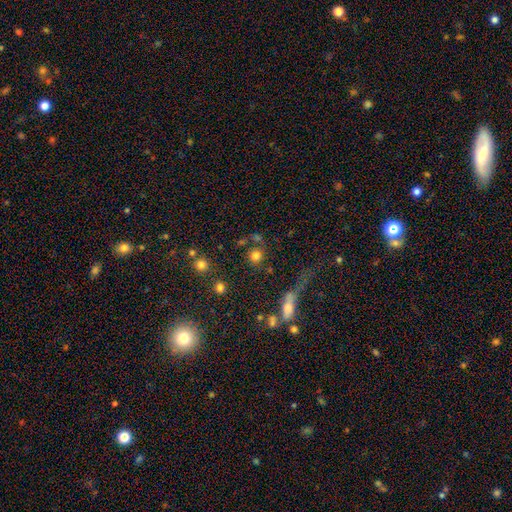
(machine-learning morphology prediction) smooth_or_featured: smooth (p=0.78) [alt: star or artifact p=0.13]
how_rounded: round (p=0.91) [alt: in between p=0.08]
merging: none (p=0.72) [alt: merger p=0.13]